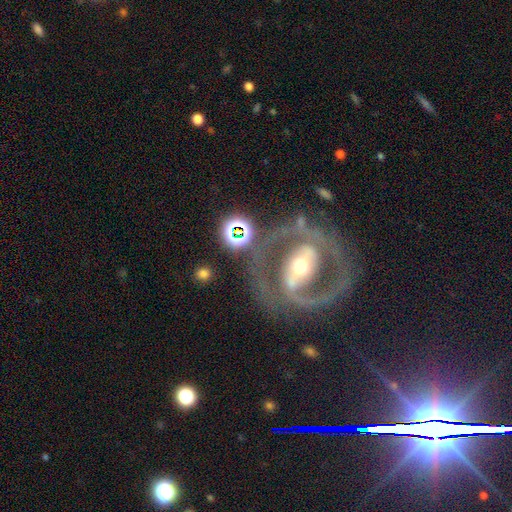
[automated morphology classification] The model was most divided on "spiral winding": medium: 44%, tight: 42%, loose: 15%. More confident: edge-on disk — no (94%); smooth or featured — featured or disk (84%); spiral arms — yes (78%); spiral arm count — 2 (76%); merging — none (62%); bar — strong (56%); bulge size — moderate (56%).